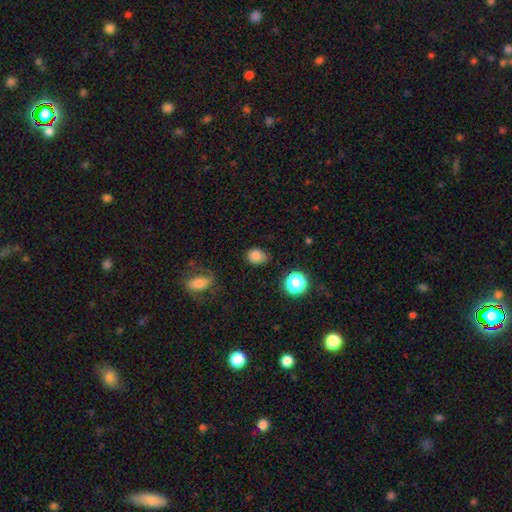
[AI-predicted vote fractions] Smooth or featured? smooth (80%)
How rounded? in between (55%)
Merging? none (72%)